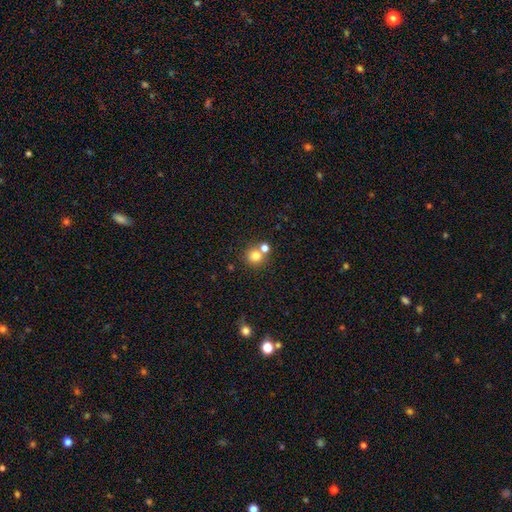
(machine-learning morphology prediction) Smooth or featured? Predicted: smooth (p=0.77). How rounded? Predicted: round (p=0.90). Merging? Predicted: none (p=0.61).